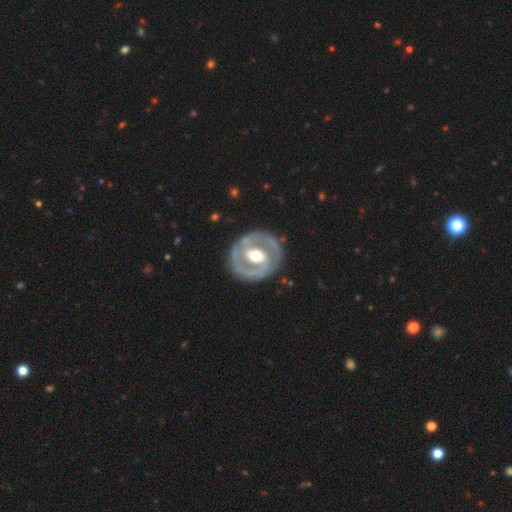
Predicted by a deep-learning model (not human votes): The model was most divided on "bar": no: 38%, weak: 37%, strong: 25%. More confident: edge-on disk — no (96%); merging — none (80%); smooth or featured — featured or disk (75%); bulge size — moderate (69%); spiral arms — yes (53%).